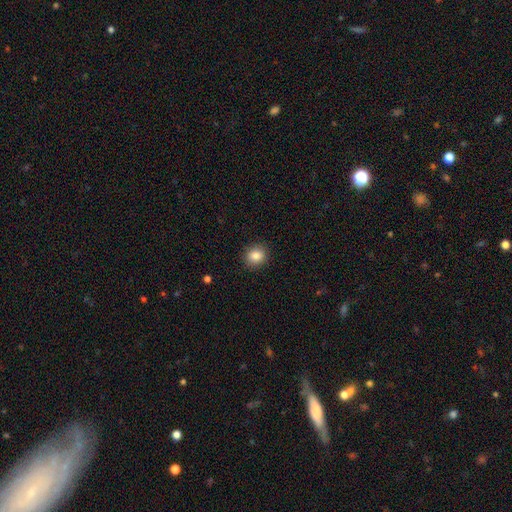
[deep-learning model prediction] A smooth galaxy with no disk features (85%) that is round (79%). Merging: none (90%).